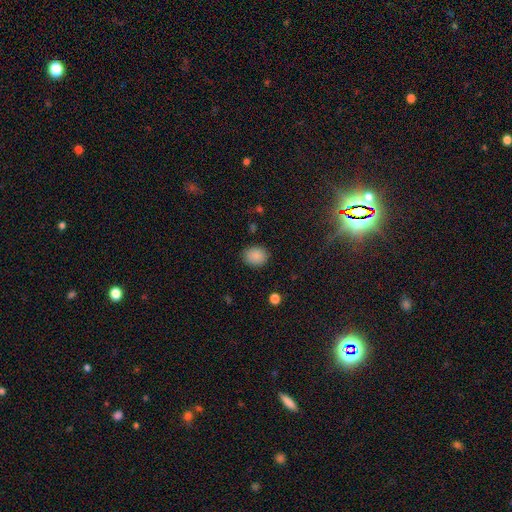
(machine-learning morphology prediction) Q: Smooth or featured?
A: smooth (87%); runner-up: star or artifact (9%)
Q: How rounded?
A: round (63%); runner-up: in between (36%)
Q: Merging?
A: none (86%); runner-up: minor disturbance (10%)